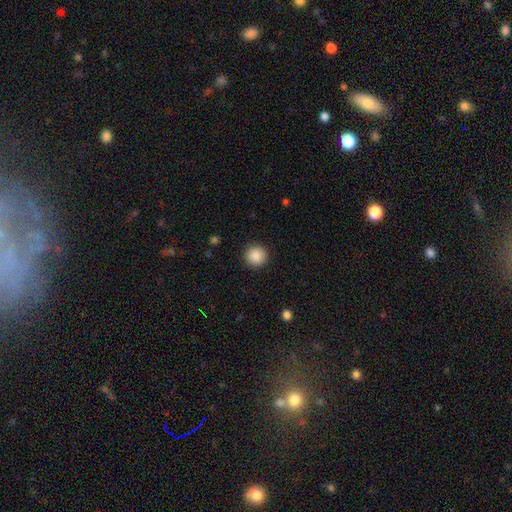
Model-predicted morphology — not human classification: The model was most divided on "smooth or featured": smooth: 88%, star or artifact: 9%, featured or disk: 3%. More confident: how rounded — round (95%); merging — none (92%).